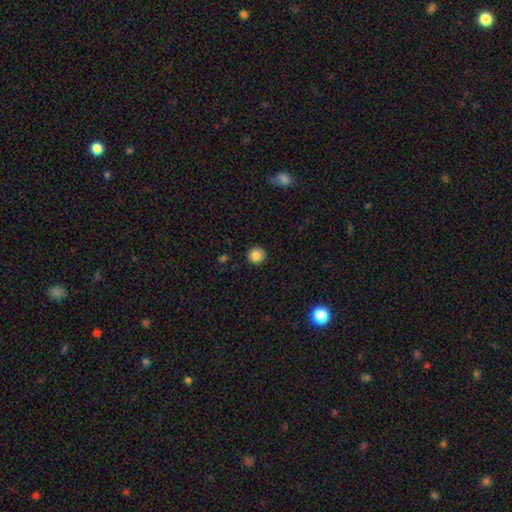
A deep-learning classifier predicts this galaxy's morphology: Smooth or featured?
  - smooth: 85% *
  - star or artifact: 10%
  - featured or disk: 5%
How rounded?
  - round: 92% *
  - in between: 7%
  - cigar-shaped: 1%
Merging?
  - none: 91% *
  - minor disturbance: 6%
  - major disturbance: 2%
  - merger: 1%